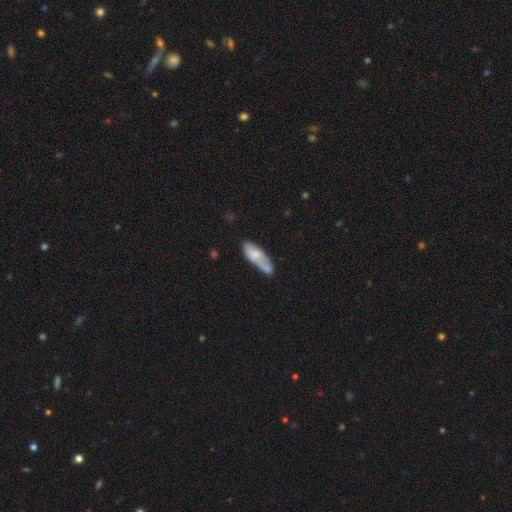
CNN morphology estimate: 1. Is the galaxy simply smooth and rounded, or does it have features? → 63% smooth, 31% featured or disk, 6% star or artifact.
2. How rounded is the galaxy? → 65% in between, 33% cigar-shaped, 2% round.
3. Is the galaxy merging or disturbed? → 46% none, 31% minor disturbance, 12% major disturbance, 10% merger.